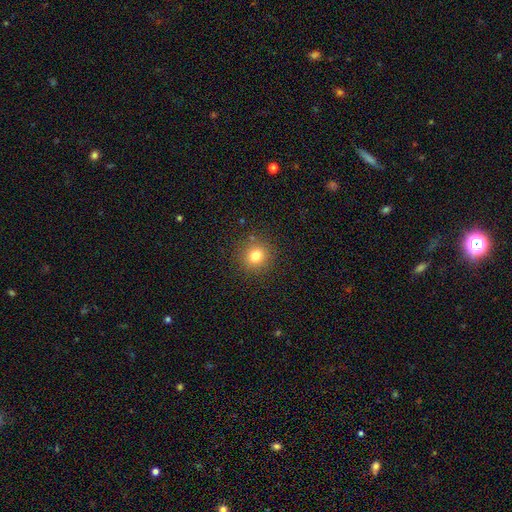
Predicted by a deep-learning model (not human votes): smooth-or-featured: smooth: 80% | star or artifact: 13% | featured or disk: 7%
  how-rounded: round: 91% | in between: 8% | cigar-shaped: 1%
  merging: none: 88% | minor disturbance: 7% | major disturbance: 3% | merger: 2%